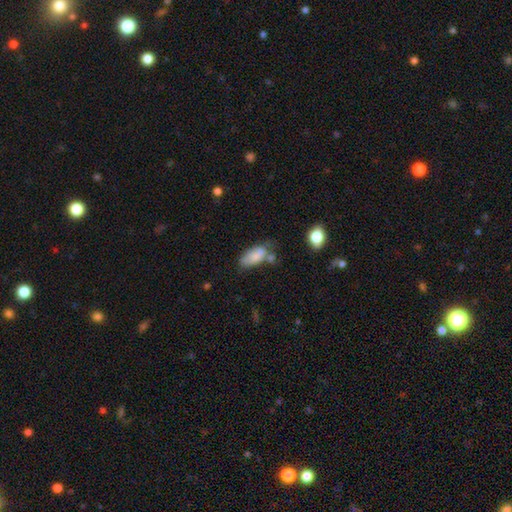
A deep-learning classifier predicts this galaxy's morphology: A smooth galaxy with no disk features (78%) that is in between round and cigar-shaped (86%).

Vote fractions:
- Smooth or featured? smooth: 78% / featured or disk: 14% / star or artifact: 8%
- How rounded? in between: 86% / cigar-shaped: 11% / round: 3%
- Merging? none: 42% / minor disturbance: 29% / merger: 16% / major disturbance: 13%